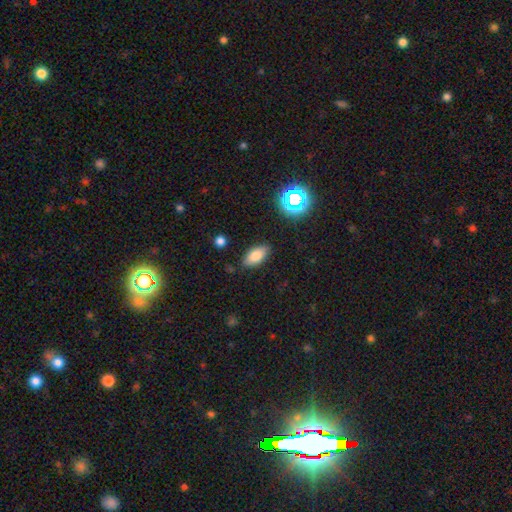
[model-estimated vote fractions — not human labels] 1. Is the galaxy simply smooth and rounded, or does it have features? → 78% smooth, 11% star or artifact, 11% featured or disk.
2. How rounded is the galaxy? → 88% in between, 8% cigar-shaped, 4% round.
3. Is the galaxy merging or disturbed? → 85% none, 11% minor disturbance, 3% major disturbance, 2% merger.